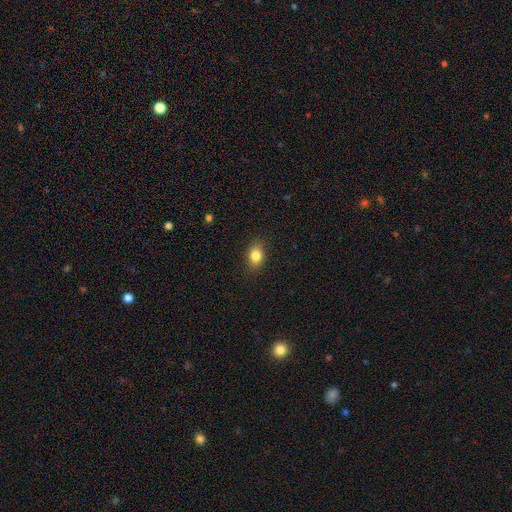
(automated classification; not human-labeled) Smooth or featured: smooth — 83% (star or artifact — 10%)
How rounded: in between — 69% (round — 29%)
Merging: none — 86% (minor disturbance — 10%)